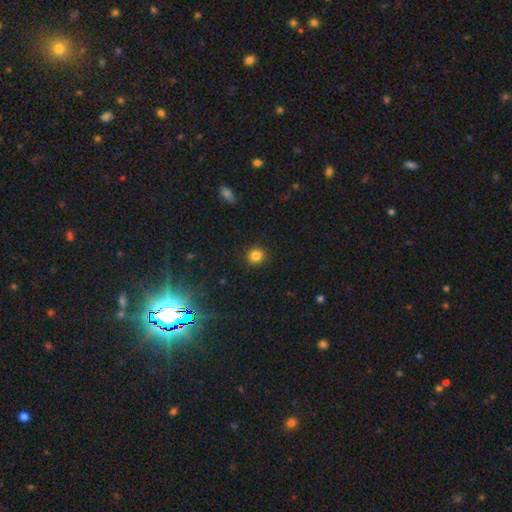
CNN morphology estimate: Q: Smooth or featured?
A: smooth (83%); runner-up: star or artifact (12%)
Q: How rounded?
A: round (92%); runner-up: in between (7%)
Q: Merging?
A: none (91%); runner-up: minor disturbance (6%)